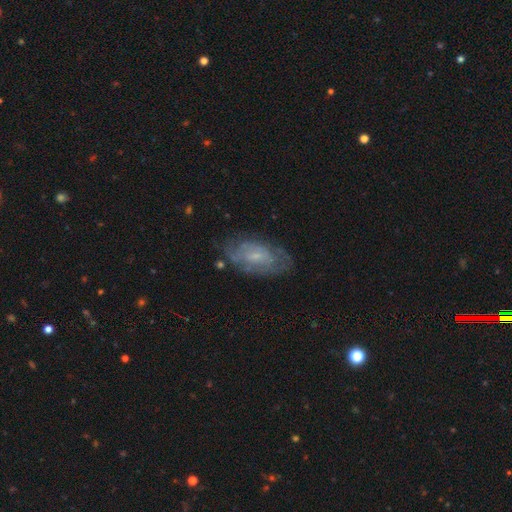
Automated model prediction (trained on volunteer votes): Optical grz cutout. It shows a featured or disk galaxy (60%) with no bar (56%), spiral arms (67%) and a small central bulge (61%). Merging: none (67%).